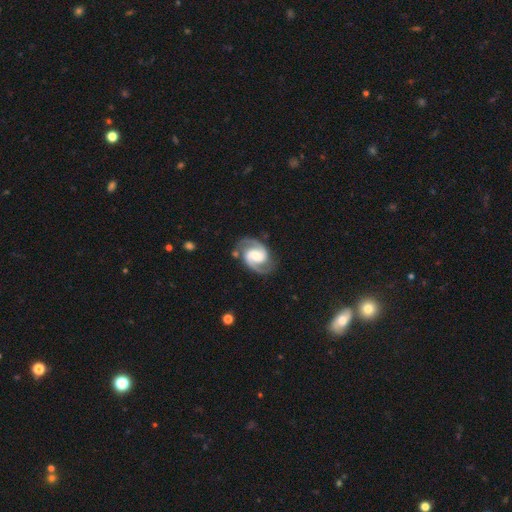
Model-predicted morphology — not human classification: Q: Smooth or featured?
A: featured or disk (90%); runner-up: smooth (5%)
Q: Edge-on disk?
A: no (98%); runner-up: yes (2%)
Q: Bar?
A: weak (47%); runner-up: no (28%)
Q: Spiral arms?
A: yes (98%); runner-up: no (2%)
Q: Spiral winding?
A: medium (59%); runner-up: tight (27%)
Q: Spiral arm count?
A: 2 (94%); runner-up: can't tell (2%)
Q: Bulge size?
A: moderate (41%); runner-up: small (27%)
Q: Merging?
A: none (81%); runner-up: minor disturbance (13%)